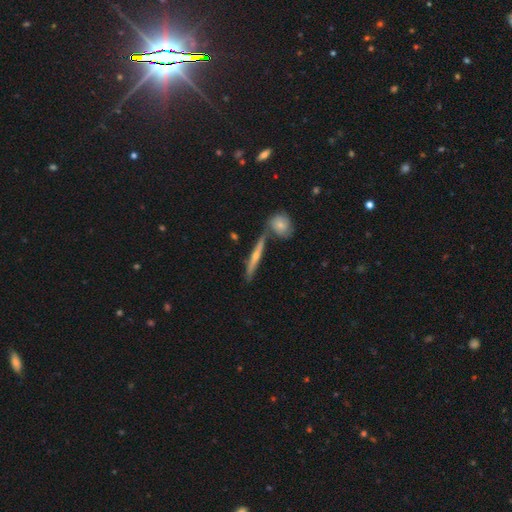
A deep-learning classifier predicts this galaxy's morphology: Smooth or featured? featured or disk (54%)
Edge-on disk? yes (86%)
Merging? none (69%)